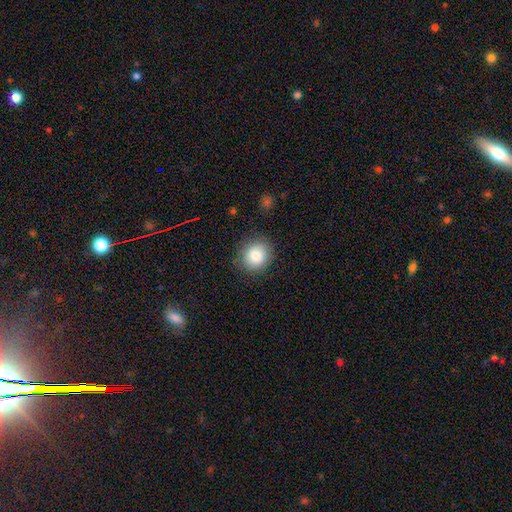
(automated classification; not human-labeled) A smooth galaxy with no disk features (84%) that is round (82%). Merging: none (85%).